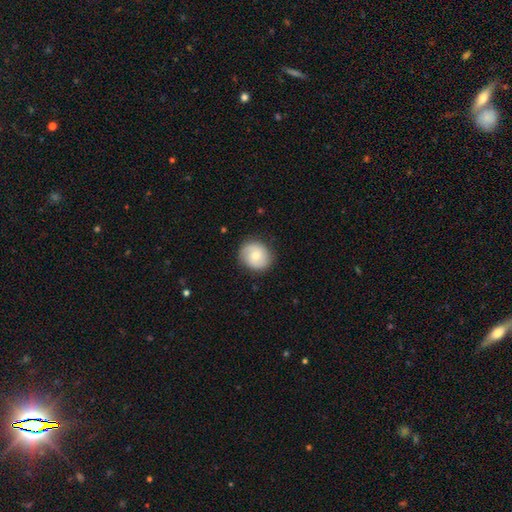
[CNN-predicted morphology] Smooth or featured?
  - smooth: 52% *
  - featured or disk: 41%
  - star or artifact: 7%
How rounded?
  - round: 78% *
  - in between: 21%
  - cigar-shaped: 1%
Merging?
  - none: 85% *
  - minor disturbance: 11%
  - major disturbance: 3%
  - merger: 1%